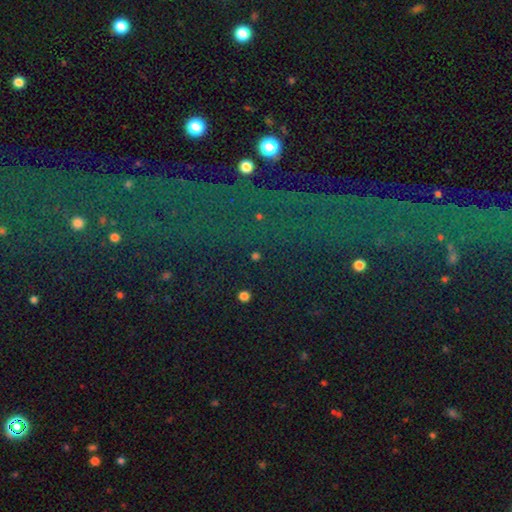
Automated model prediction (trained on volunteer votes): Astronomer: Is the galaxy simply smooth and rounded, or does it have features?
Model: star or artifact — 69%.